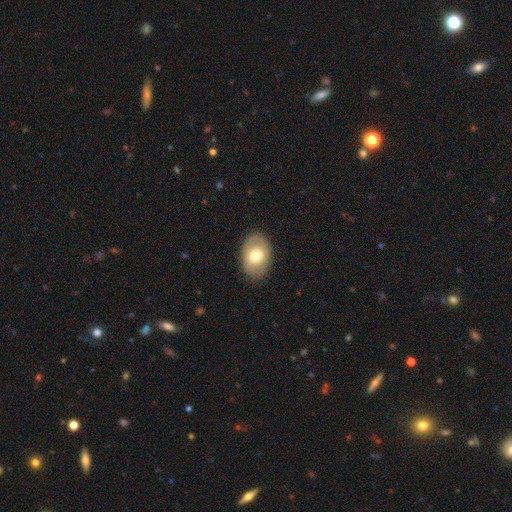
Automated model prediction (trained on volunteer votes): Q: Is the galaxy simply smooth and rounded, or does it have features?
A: smooth — 67%.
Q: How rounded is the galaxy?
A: in between — 82%.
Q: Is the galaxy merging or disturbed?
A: none — 85%.